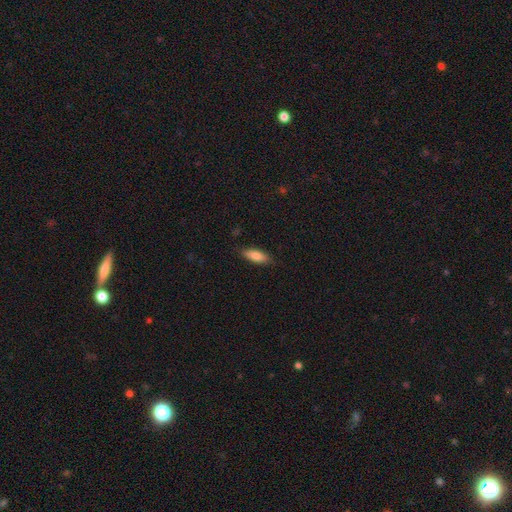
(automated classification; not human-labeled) smooth_or_featured: smooth (p=0.78) [alt: featured or disk p=0.15]
how_rounded: in between (p=0.65) [alt: cigar-shaped p=0.33]
merging: none (p=0.84) [alt: minor disturbance p=0.13]